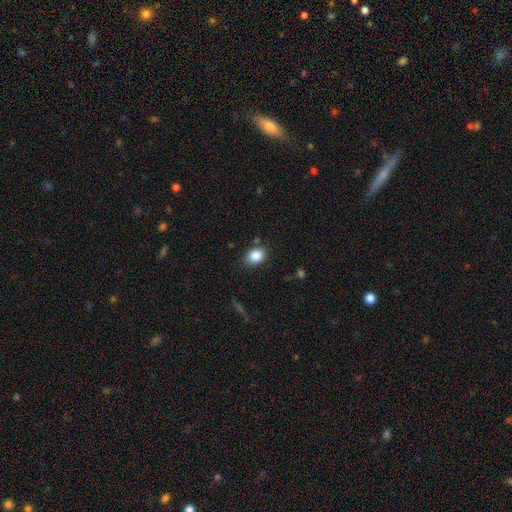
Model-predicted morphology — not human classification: Q: Smooth or featured?
A: smooth (85%); runner-up: star or artifact (9%)
Q: How rounded?
A: in between (63%); runner-up: round (36%)
Q: Merging?
A: none (80%); runner-up: minor disturbance (13%)